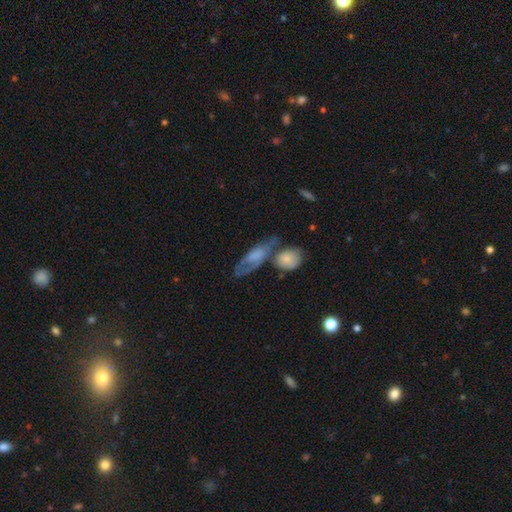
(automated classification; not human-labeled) Q: Smooth or featured?
A: smooth (54%); runner-up: featured or disk (39%)
Q: How rounded?
A: in between (69%); runner-up: cigar-shaped (25%)
Q: Merging?
A: merger (37%); runner-up: none (33%)